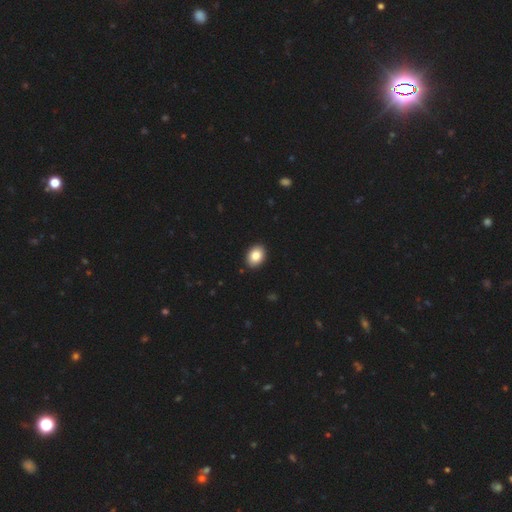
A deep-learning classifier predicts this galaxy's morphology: A smooth galaxy with no disk features (85%) that is in between round and cigar-shaped (72%).

Vote fractions:
- Smooth or featured? smooth: 85% / star or artifact: 8% / featured or disk: 7%
- How rounded? in between: 72% / round: 27% / cigar-shaped: 1%
- Merging? none: 91% / minor disturbance: 6% / major disturbance: 1% / merger: 1%